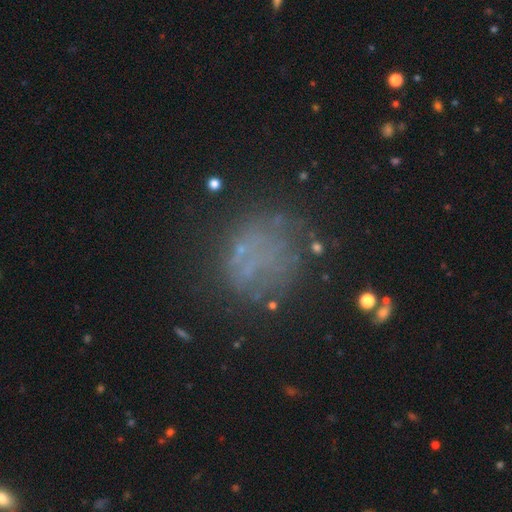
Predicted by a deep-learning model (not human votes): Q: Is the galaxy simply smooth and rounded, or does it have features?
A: smooth — 38%.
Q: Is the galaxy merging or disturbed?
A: none — 61%.